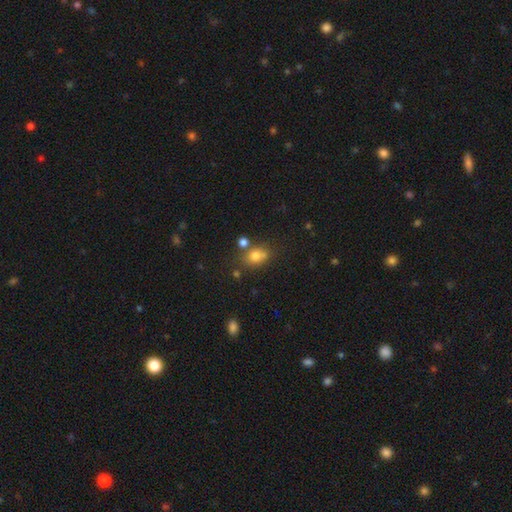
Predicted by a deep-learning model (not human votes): smooth 76%, star or artifact 13%, featured or disk 11%. Down the decision tree: how rounded — in between (55%); merging — none (58%).